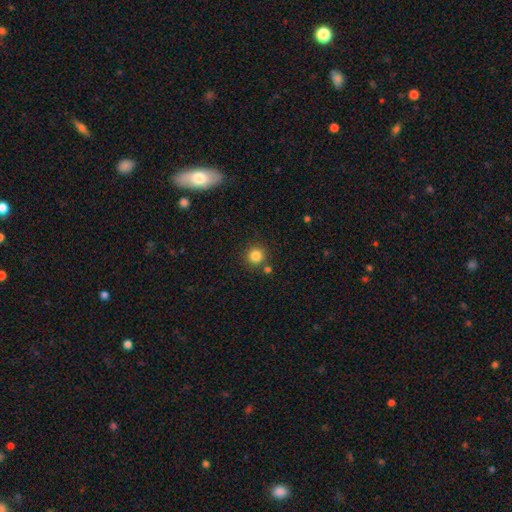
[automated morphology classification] Smooth or featured?
  - smooth: 84% *
  - star or artifact: 12%
  - featured or disk: 5%
How rounded?
  - round: 94% *
  - in between: 5%
  - cigar-shaped: 1%
Merging?
  - none: 81% *
  - merger: 9%
  - minor disturbance: 8%
  - major disturbance: 3%